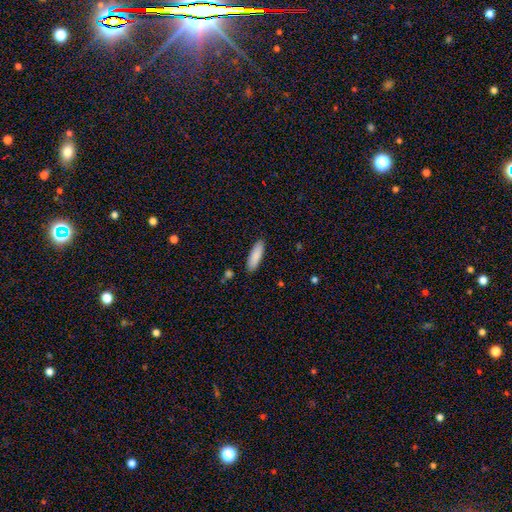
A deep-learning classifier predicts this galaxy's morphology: A smooth galaxy with no disk features (87%) that is cigar-shaped (53%).

Vote fractions:
- Smooth or featured? smooth: 87% / featured or disk: 7% / star or artifact: 6%
- How rounded? cigar-shaped: 53% / in between: 46% / round: 1%
- Merging? none: 89% / minor disturbance: 8% / major disturbance: 2% / merger: 1%